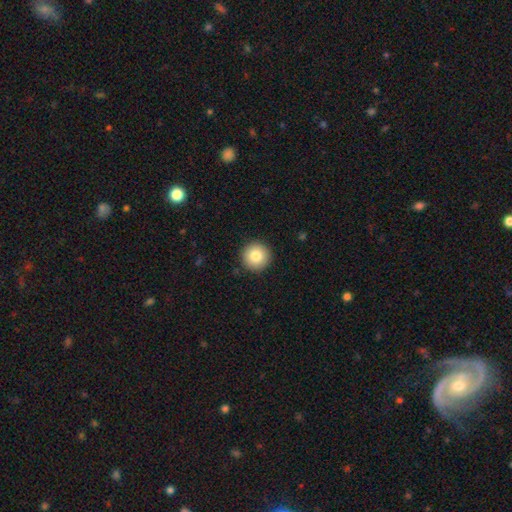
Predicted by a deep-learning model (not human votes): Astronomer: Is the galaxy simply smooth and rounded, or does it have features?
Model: smooth — 82%.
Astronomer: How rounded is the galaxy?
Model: round — 96%.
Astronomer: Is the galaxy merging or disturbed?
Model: none — 92%.